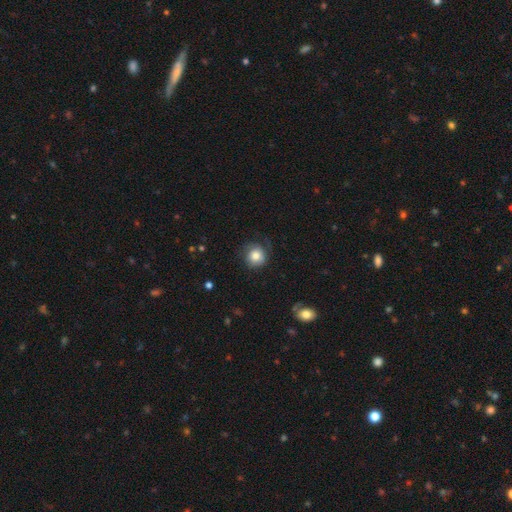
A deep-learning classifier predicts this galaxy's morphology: Smooth or featured? Predicted: smooth (p=0.77). How rounded? Predicted: round (p=0.89). Merging? Predicted: none (p=0.66).